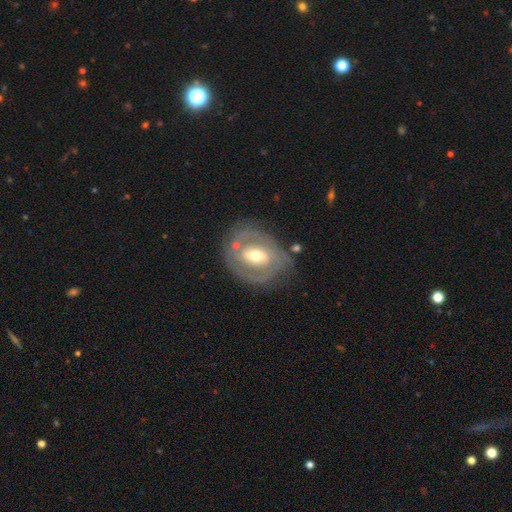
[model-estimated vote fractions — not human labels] smooth-or-featured: featured or disk: 74% | smooth: 21% | star or artifact: 6%
  disk-edge-on: no: 95% | yes: 5%
    bar: weak: 40% | no: 30% | strong: 30%
    has-spiral-arms: yes: 61% | no: 39%
    bulge-size: moderate: 68% | small: 22% | large: 8% | dominant: 1% | none: 1%
  merging: none: 68% | minor disturbance: 19% | major disturbance: 9% | merger: 4%